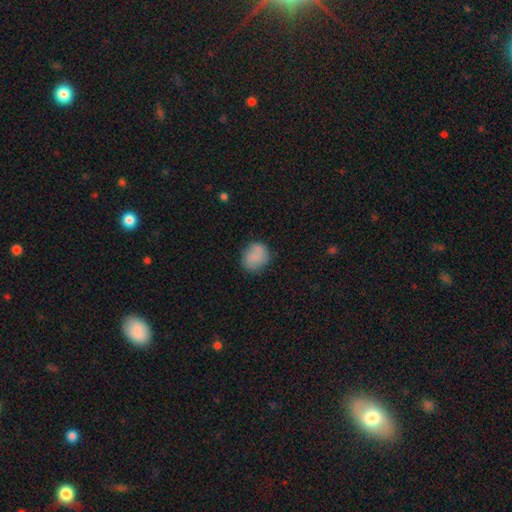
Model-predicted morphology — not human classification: Smooth or featured: smooth — 83% (featured or disk — 9%)
How rounded: round — 75% (in between — 24%)
Merging: none — 75% (minor disturbance — 17%)